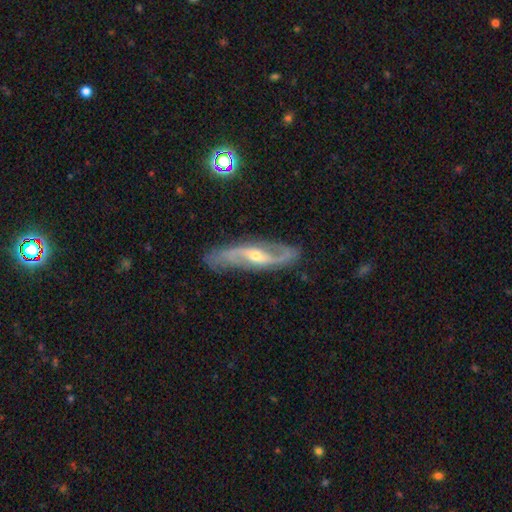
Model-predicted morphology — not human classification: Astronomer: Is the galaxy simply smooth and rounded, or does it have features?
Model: featured or disk — 88%.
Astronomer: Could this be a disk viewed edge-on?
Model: no — 89%.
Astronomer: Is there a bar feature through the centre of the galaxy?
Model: weak — 38% (runner-up: no, 35%).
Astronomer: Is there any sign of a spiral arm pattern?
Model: yes — 96%.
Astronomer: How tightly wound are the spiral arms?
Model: loose — 49% (runner-up: medium, 37%).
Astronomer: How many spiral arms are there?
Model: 2 — 92%.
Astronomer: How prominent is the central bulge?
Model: small — 54% (runner-up: moderate, 43%).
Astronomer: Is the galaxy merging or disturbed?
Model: none — 79%.